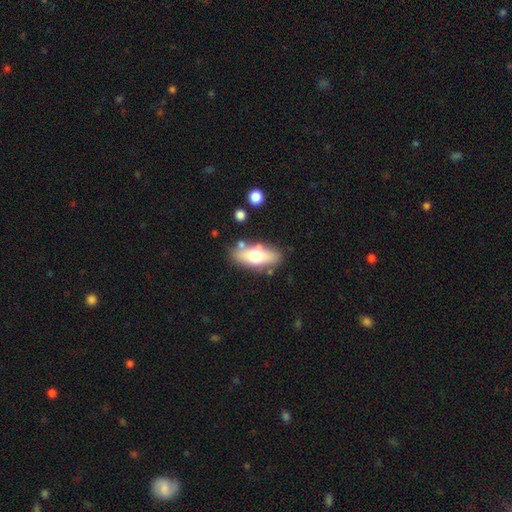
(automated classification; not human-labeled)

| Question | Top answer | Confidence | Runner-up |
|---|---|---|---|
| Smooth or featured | smooth | 63% | featured or disk (30%) |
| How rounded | in between | 80% | cigar-shaped (16%) |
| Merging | none | 76% | minor disturbance (14%) |